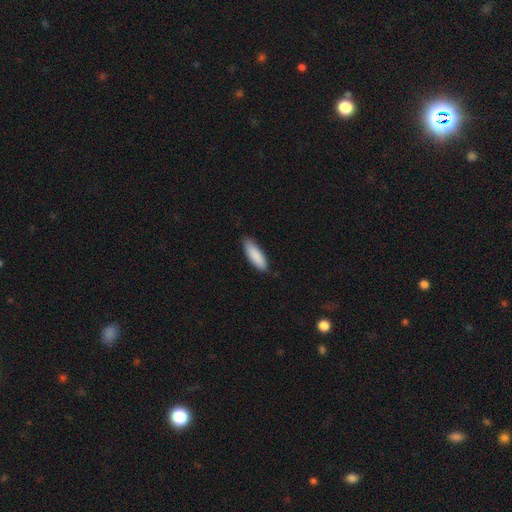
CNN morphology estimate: A smooth galaxy with no disk features (89%) that is in between round and cigar-shaped (53%).

Vote fractions:
- Smooth or featured? smooth: 89% / featured or disk: 5% / star or artifact: 5%
- How rounded? in between: 53% / cigar-shaped: 46% / round: 1%
- Merging? none: 81% / minor disturbance: 16% / major disturbance: 2% / merger: 1%